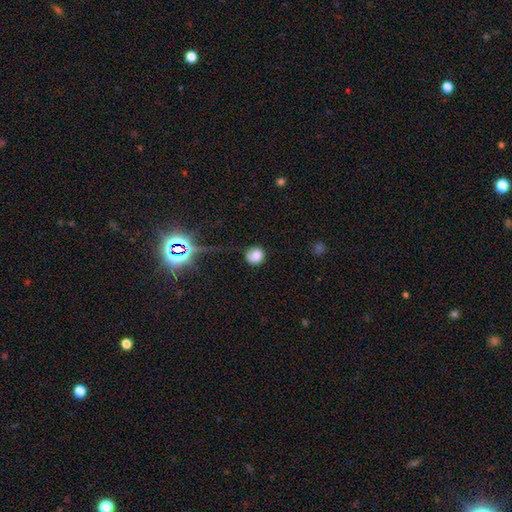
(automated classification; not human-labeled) The model was most divided on "merging": none: 67%, minor disturbance: 22%, major disturbance: 8%, merger: 4%. More confident: how rounded — round (86%); smooth or featured — smooth (78%).